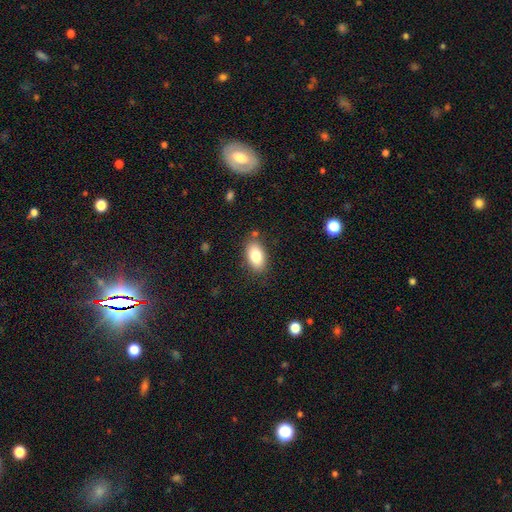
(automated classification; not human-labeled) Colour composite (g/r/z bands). It shows a smooth galaxy with no disk features (82%) that is in between round and cigar-shaped (92%). Merging: none (82%).